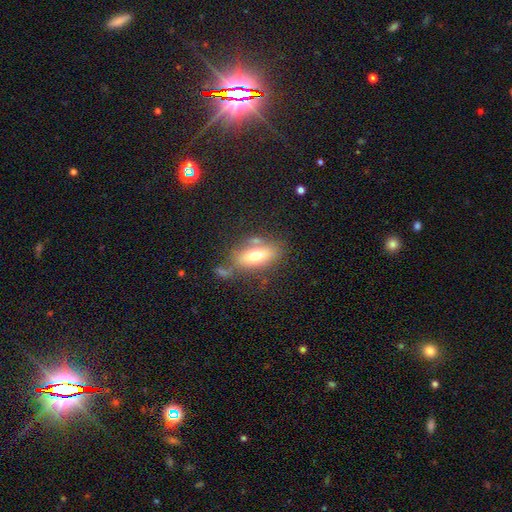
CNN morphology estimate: Q: Smooth or featured?
A: smooth (66%); runner-up: featured or disk (25%)
Q: How rounded?
A: in between (83%); runner-up: cigar-shaped (10%)
Q: Merging?
A: none (63%); runner-up: minor disturbance (18%)